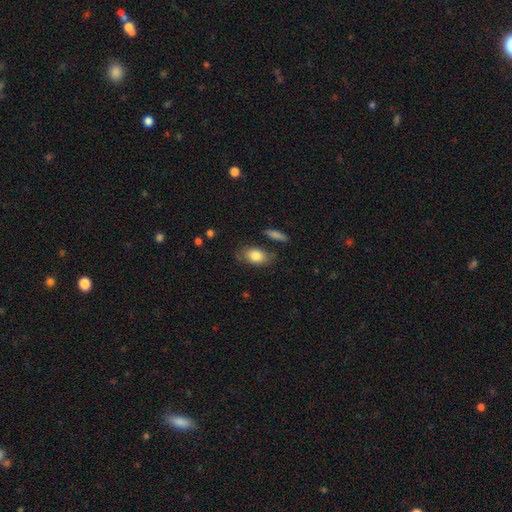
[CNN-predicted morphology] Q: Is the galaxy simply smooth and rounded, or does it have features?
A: smooth — 82%.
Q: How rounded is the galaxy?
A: in between — 87%.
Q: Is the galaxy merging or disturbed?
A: none — 72%.